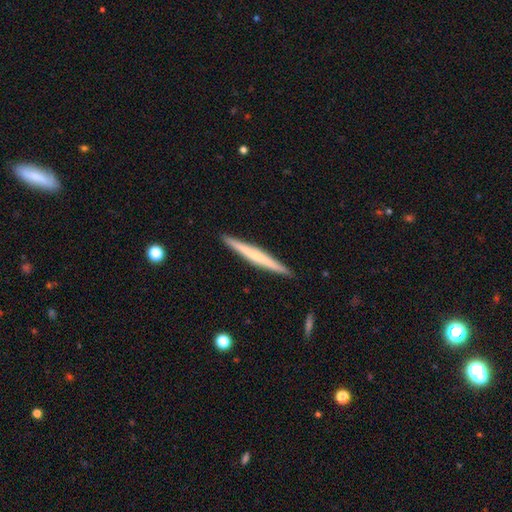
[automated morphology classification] featured or disk 48%, smooth 46%, star or artifact 5%. Down the decision tree: merging — none (92%).